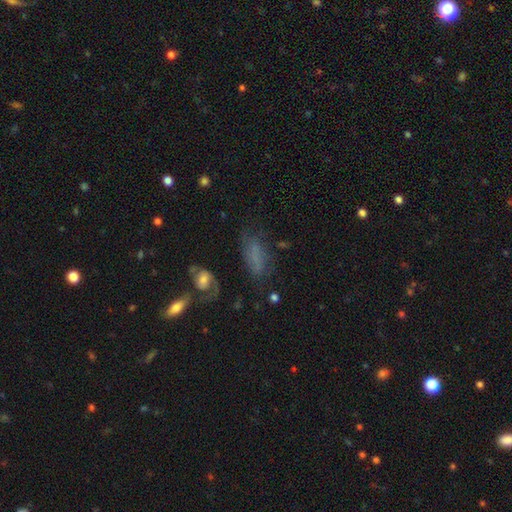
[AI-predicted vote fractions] Smooth or featured: smooth — 54% (featured or disk — 29%)
How rounded: in between — 74% (cigar-shaped — 19%)
Merging: none — 49% (minor disturbance — 23%)